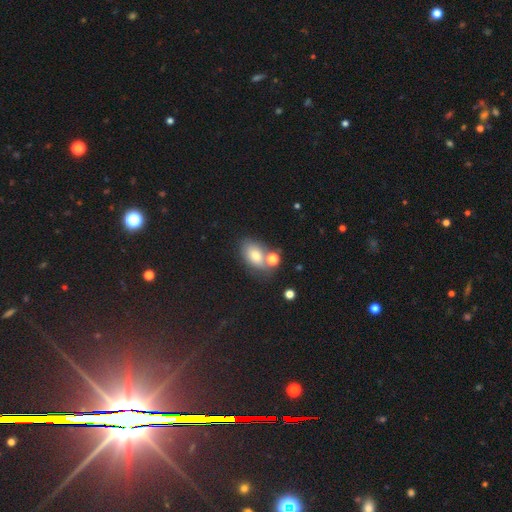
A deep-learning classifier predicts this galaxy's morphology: smooth 75%, featured or disk 14%, star or artifact 11%. Down the decision tree: how rounded — in between (84%); merging — none (57%).